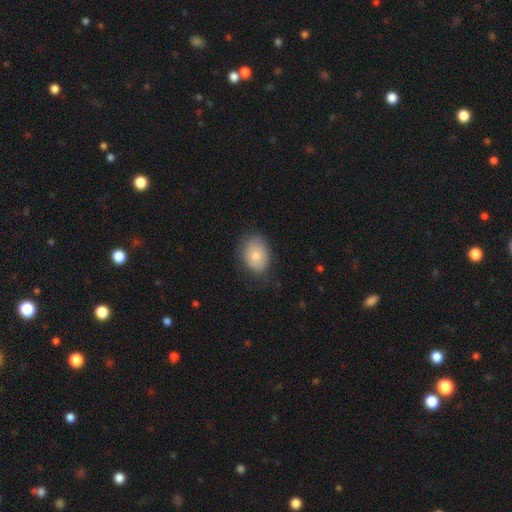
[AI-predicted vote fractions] smooth 75%, featured or disk 18%, star or artifact 7%. Down the decision tree: how rounded — in between (76%); merging — none (73%).